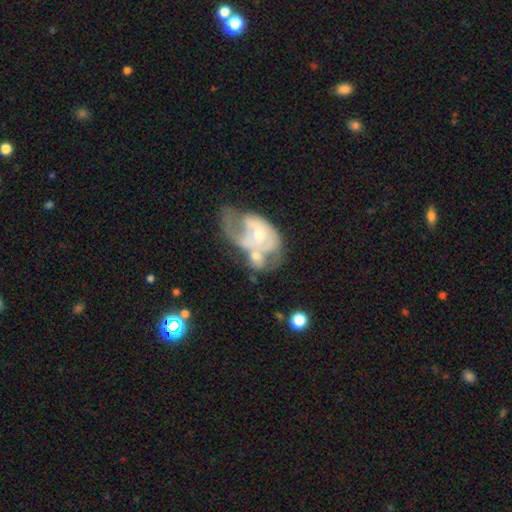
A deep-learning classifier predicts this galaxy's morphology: featured or disk 67%, smooth 26%, star or artifact 7%. Down the decision tree: edge-on disk — no (96%); bar — no (76%); spiral arms — yes (55%); bulge size — moderate (59%); merging — merger (49%).